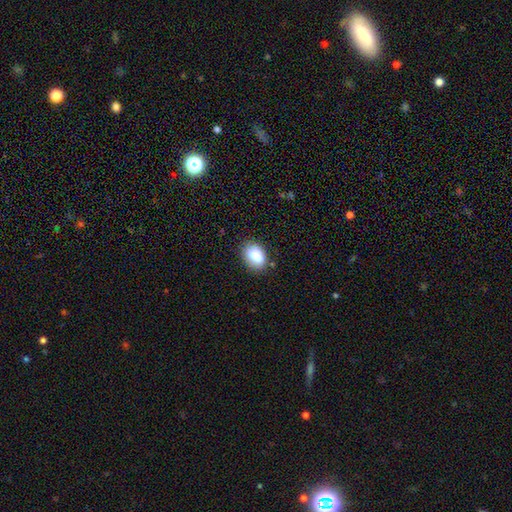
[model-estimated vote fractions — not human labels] This appears to be a smooth galaxy with no disk features (86%) that is in between round and cigar-shaped (79%). Merging: none (75%).